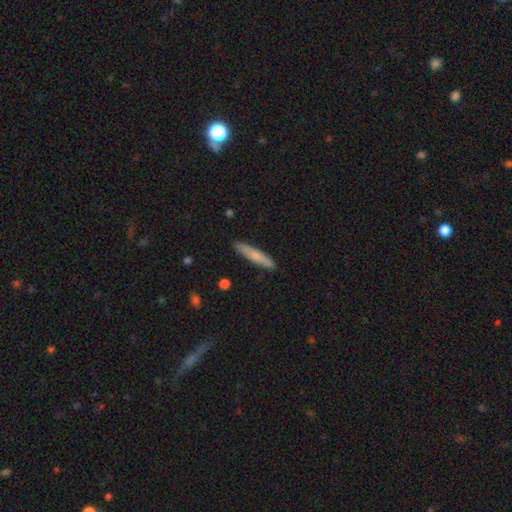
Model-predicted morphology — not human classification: type=smooth (71%); roundness=cigar-shaped (92%); merging=none (90%).